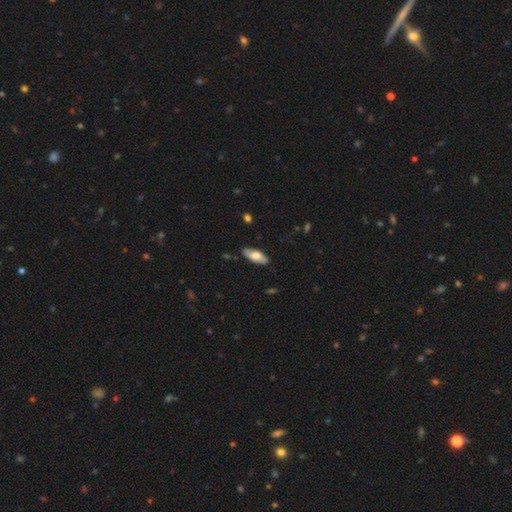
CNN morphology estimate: This appears to be a smooth galaxy with no disk features (66%) that is in between round and cigar-shaped (80%). Merging: none (84%).